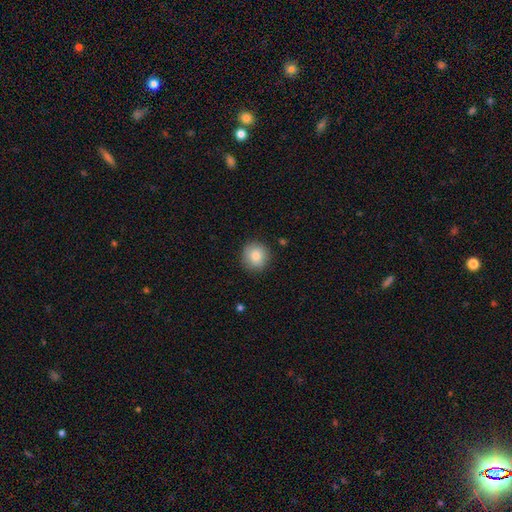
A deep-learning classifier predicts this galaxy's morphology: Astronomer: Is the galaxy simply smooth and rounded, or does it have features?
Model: smooth — 83%.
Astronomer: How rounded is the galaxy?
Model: round — 92%.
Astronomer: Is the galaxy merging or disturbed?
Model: none — 88%.